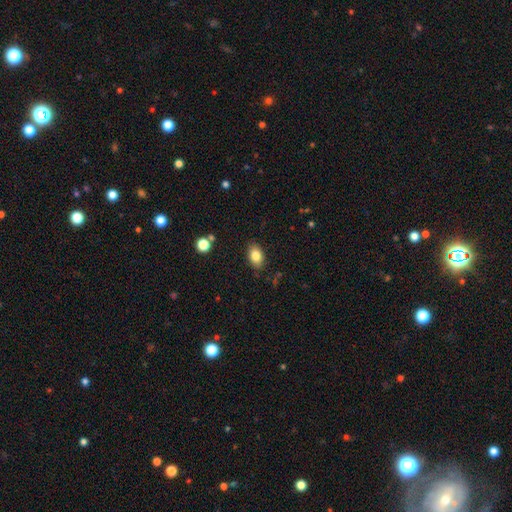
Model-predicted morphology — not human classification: smooth-or-featured: smooth: 83% | featured or disk: 9% | star or artifact: 8%
  how-rounded: in between: 87% | round: 12% | cigar-shaped: 1%
  merging: none: 86% | minor disturbance: 10% | major disturbance: 2% | merger: 2%